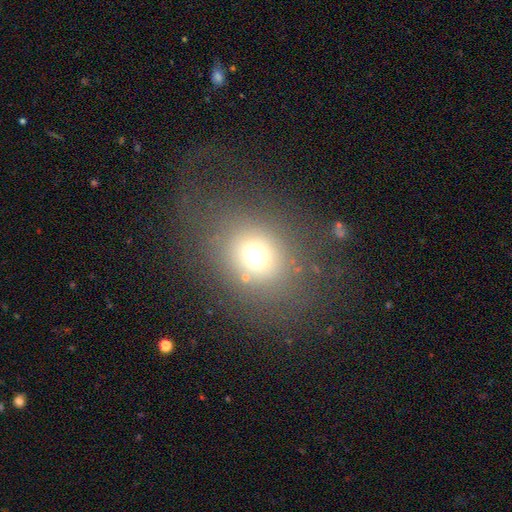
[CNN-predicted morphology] Smooth or featured: smooth — 68% (star or artifact — 21%)
How rounded: round — 71% (in between — 28%)
Merging: none — 76% (minor disturbance — 11%)